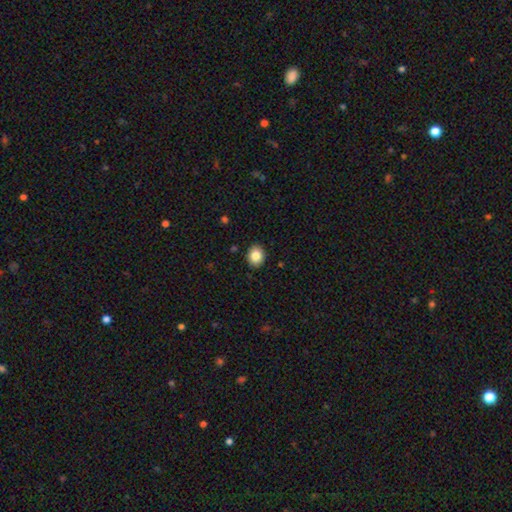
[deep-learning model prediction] smooth-or-featured: smooth: 84% | star or artifact: 9% | featured or disk: 7%
  how-rounded: round: 53% | in between: 46% | cigar-shaped: 1%
  merging: none: 90% | minor disturbance: 8% | major disturbance: 2% | merger: 1%